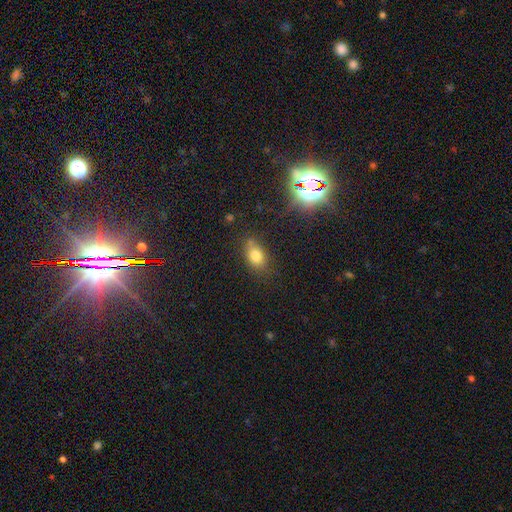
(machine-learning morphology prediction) The model was most divided on "merging": none: 71%, minor disturbance: 19%, merger: 5%, major disturbance: 5%. More confident: smooth or featured — smooth (77%); how rounded — in between (77%).